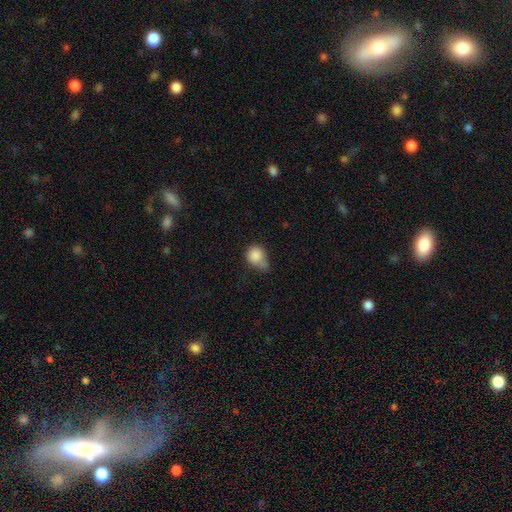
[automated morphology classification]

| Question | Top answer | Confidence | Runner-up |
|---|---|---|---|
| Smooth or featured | smooth | 84% | star or artifact (9%) |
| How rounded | round | 73% | in between (26%) |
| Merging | minor disturbance | 37% | none (33%) |